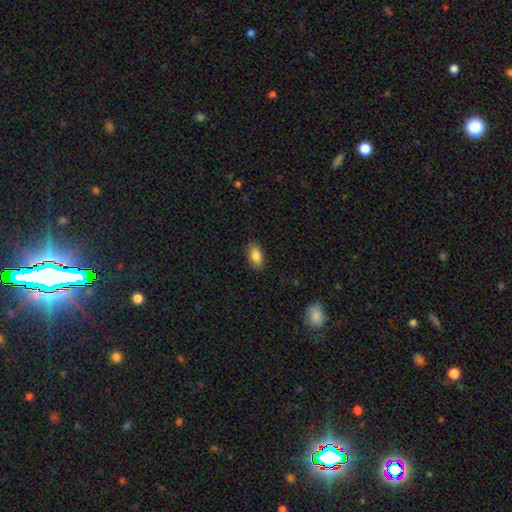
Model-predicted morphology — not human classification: Smooth or featured? Predicted: smooth (p=0.87). How rounded? Predicted: in between (p=0.91). Merging? Predicted: none (p=0.87).